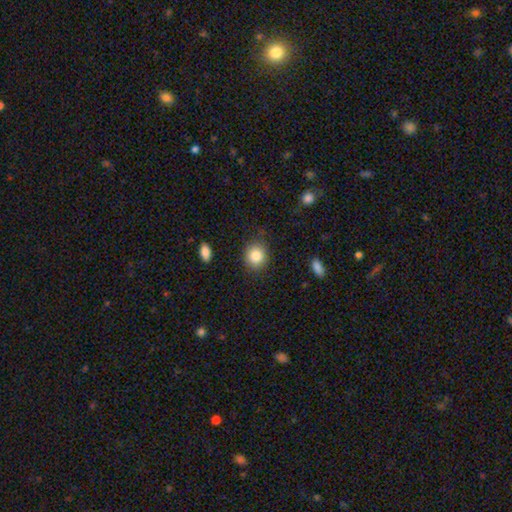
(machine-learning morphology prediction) Smooth or featured? Predicted: smooth (p=0.85). How rounded? Predicted: round (p=0.77). Merging? Predicted: none (p=0.85).